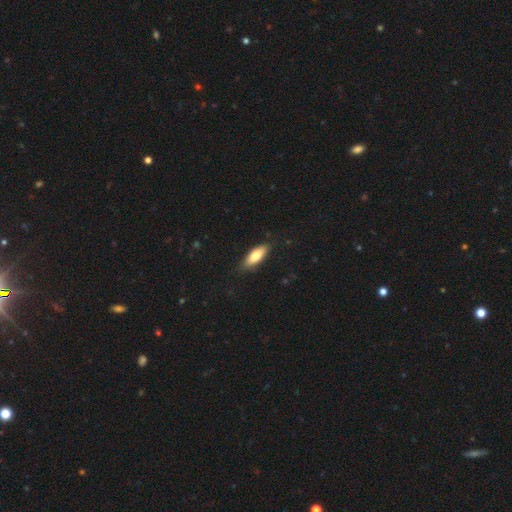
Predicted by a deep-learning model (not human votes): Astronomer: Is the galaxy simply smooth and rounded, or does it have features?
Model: smooth — 73%.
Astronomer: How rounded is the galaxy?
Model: in between — 67%.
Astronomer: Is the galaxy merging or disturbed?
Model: none — 84%.